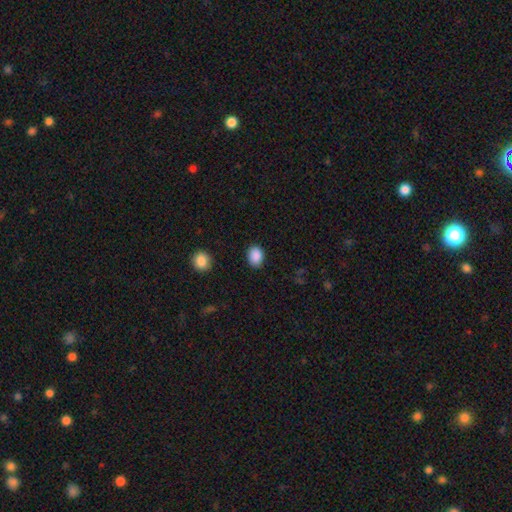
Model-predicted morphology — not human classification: smooth-or-featured: smooth: 89% | star or artifact: 8% | featured or disk: 3%
  how-rounded: in between: 62% | round: 37% | cigar-shaped: 1%
  merging: none: 87% | minor disturbance: 9% | major disturbance: 3% | merger: 1%